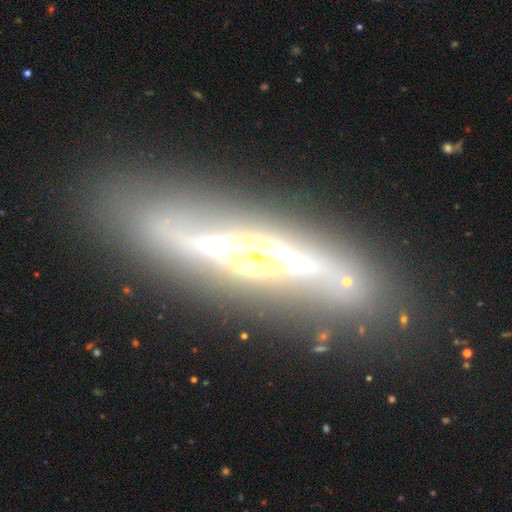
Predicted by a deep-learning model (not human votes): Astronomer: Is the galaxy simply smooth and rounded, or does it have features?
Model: featured or disk — 77%.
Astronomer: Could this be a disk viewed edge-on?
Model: yes — 82%.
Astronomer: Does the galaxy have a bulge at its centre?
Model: rounded — 50% (runner-up: none, 33%).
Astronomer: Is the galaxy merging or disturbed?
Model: none — 79%.